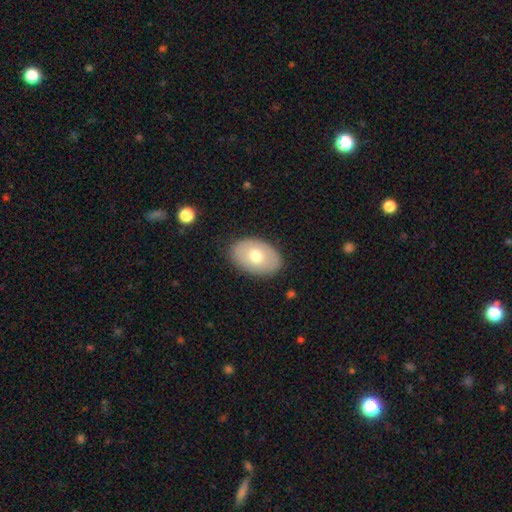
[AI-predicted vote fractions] Overall: smooth (66%; featured or disk 27%). How rounded: in between (87%). Merging: none (86%).